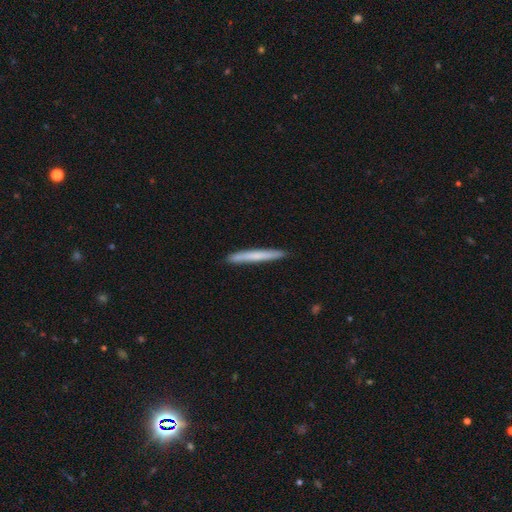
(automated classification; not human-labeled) Smooth or featured: smooth — 63% (featured or disk — 31%)
How rounded: cigar-shaped — 97% (in between — 2%)
Merging: none — 91% (minor disturbance — 7%)